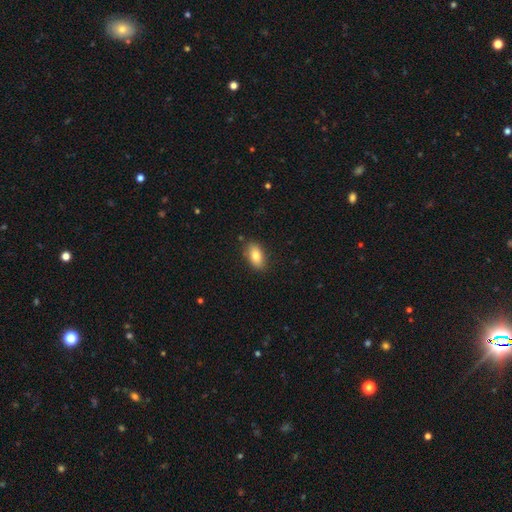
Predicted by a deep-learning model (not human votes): smooth-or-featured: smooth: 81% | featured or disk: 11% | star or artifact: 8%
  how-rounded: in between: 90% | round: 6% | cigar-shaped: 4%
  merging: none: 85% | minor disturbance: 11% | major disturbance: 2% | merger: 1%